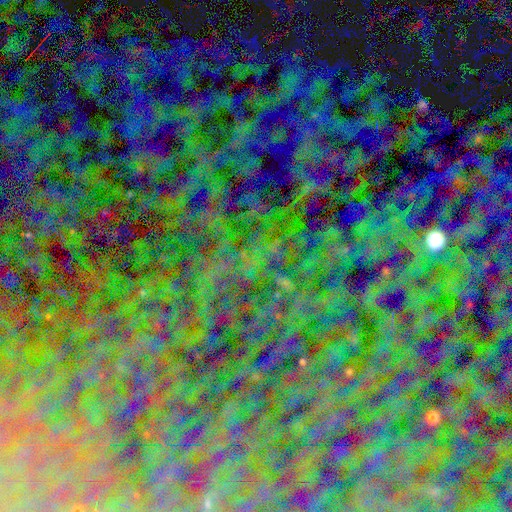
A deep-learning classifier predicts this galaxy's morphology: Smooth or featured? Predicted: star or artifact (p=0.83).